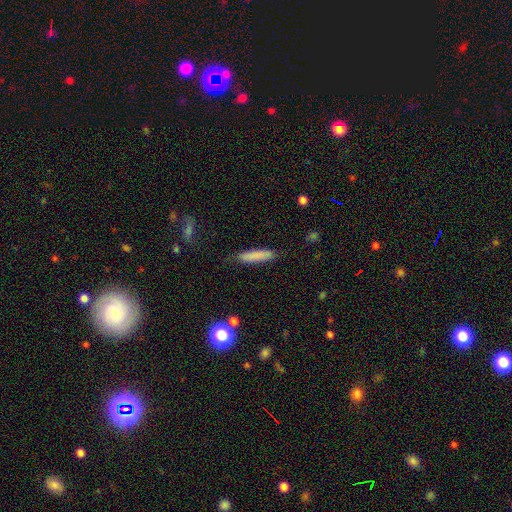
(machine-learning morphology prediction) type=smooth (81%); roundness=cigar-shaped (86%); merging=none (79%).